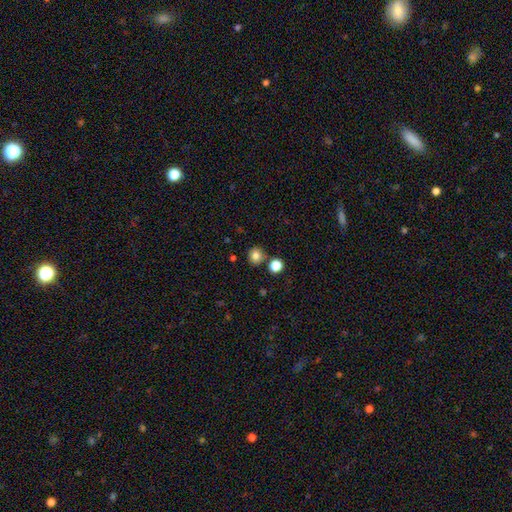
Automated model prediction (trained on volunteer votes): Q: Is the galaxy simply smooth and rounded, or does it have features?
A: smooth — 81%.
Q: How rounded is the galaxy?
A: round — 89%.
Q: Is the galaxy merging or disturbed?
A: none — 79%.